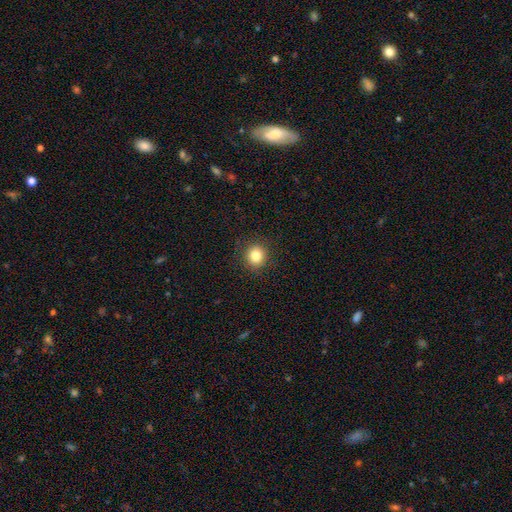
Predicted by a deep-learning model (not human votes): This is clearly a smooth galaxy (83%). How rounded: clearly round (89%). Merging: clearly none (91%).